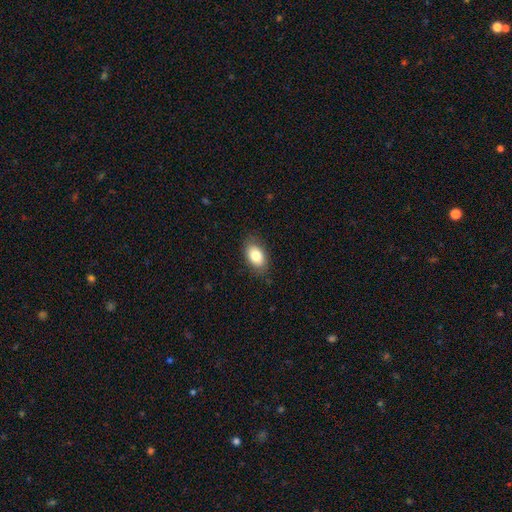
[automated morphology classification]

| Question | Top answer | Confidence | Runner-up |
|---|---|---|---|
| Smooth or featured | smooth | 81% | featured or disk (11%) |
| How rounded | in between | 90% | round (8%) |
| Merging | none | 83% | minor disturbance (13%) |